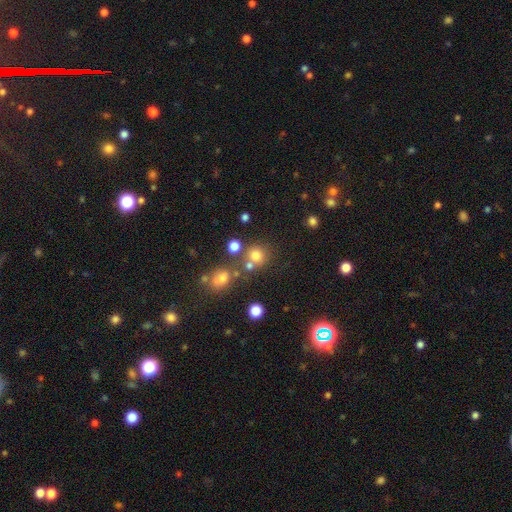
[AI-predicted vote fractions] Smooth or featured? smooth (73%)
How rounded? round (86%)
Merging? none (62%)